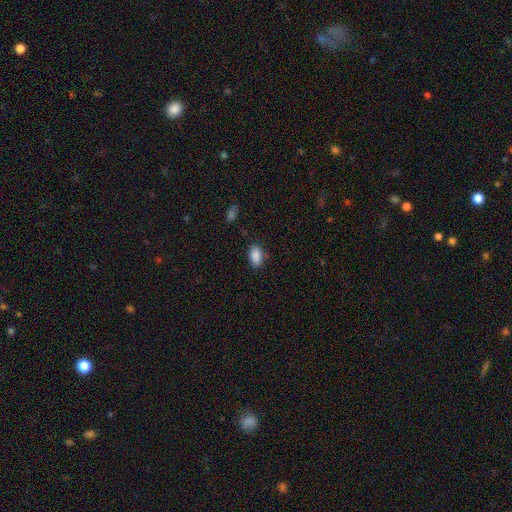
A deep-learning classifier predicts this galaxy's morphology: smooth_or_featured: smooth (p=0.89) [alt: star or artifact p=0.08]
how_rounded: in between (p=0.92) [alt: round p=0.07]
merging: none (p=0.83) [alt: minor disturbance p=0.12]